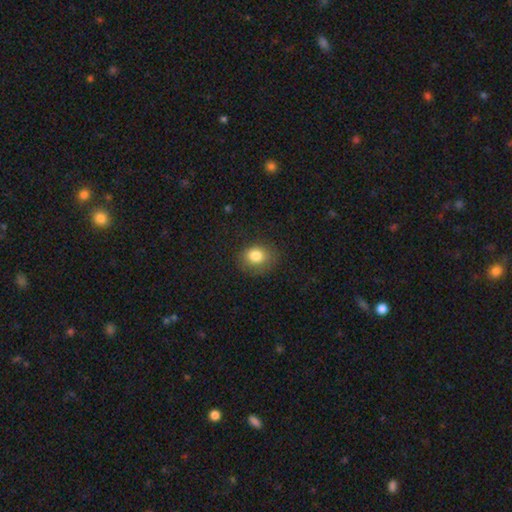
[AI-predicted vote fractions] Morphology: type=smooth (82%); roundness=round (60%); merging=none (75%).